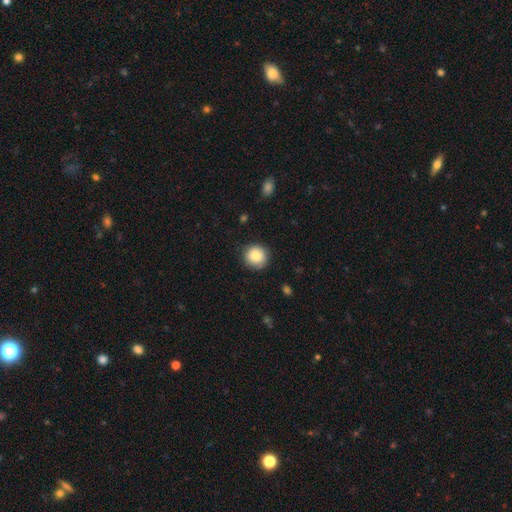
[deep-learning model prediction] This is clearly a smooth galaxy (86%). How rounded: clearly round (93%). Merging: clearly none (86%).